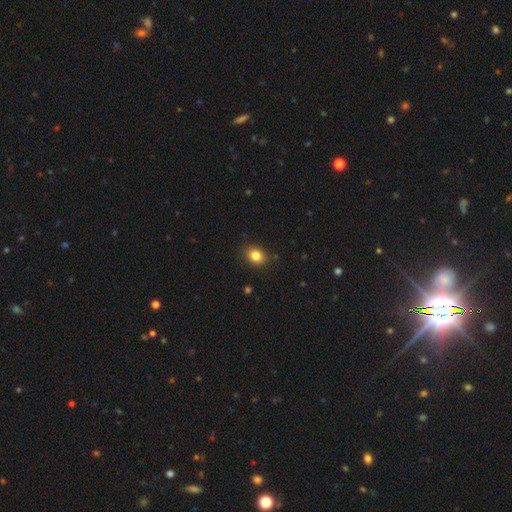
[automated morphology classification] type=smooth (83%); roundness=in between (50%); merging=none (88%).